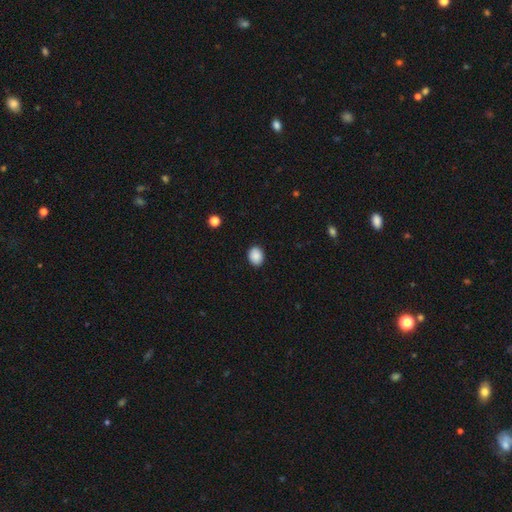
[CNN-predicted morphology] smooth 88%, star or artifact 8%, featured or disk 3%. Down the decision tree: how rounded — in between (52%); merging — none (89%).